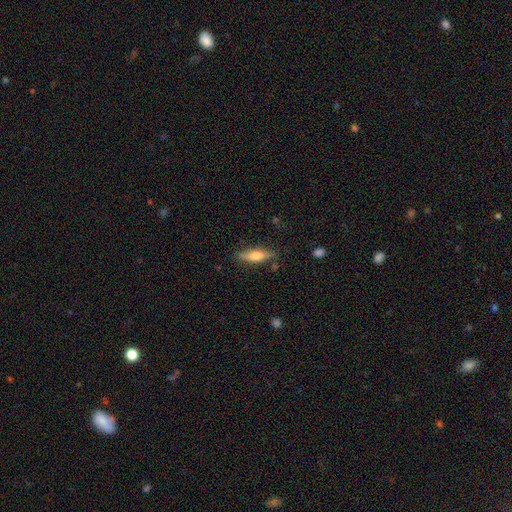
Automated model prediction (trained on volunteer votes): A smooth galaxy with no disk features (57%) that is cigar-shaped (62%).

Vote fractions:
- Smooth or featured? smooth: 57% / featured or disk: 36% / star or artifact: 6%
- How rounded? cigar-shaped: 62% / in between: 36% / round: 2%
- Merging? none: 82% / minor disturbance: 13% / major disturbance: 3% / merger: 2%